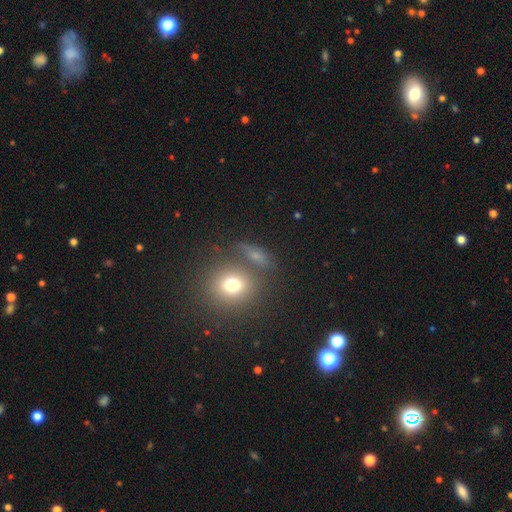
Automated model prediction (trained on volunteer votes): Smooth or featured: smooth — 57% (star or artifact — 22%)
How rounded: round — 44% (in between — 42%)
Merging: none — 64% (merger — 17%)